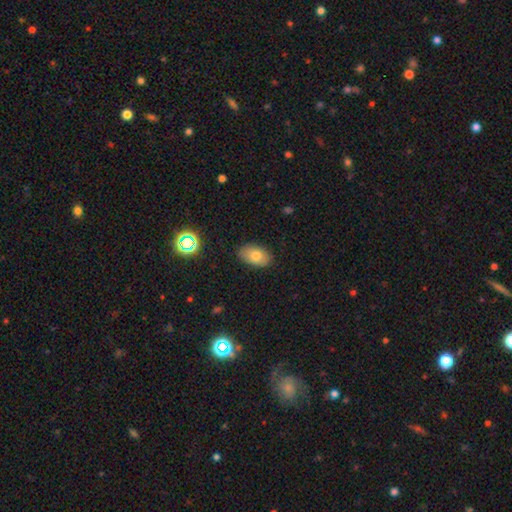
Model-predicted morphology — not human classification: smooth 76%, featured or disk 15%, star or artifact 10%. Down the decision tree: how rounded — in between (90%); merging — none (86%).